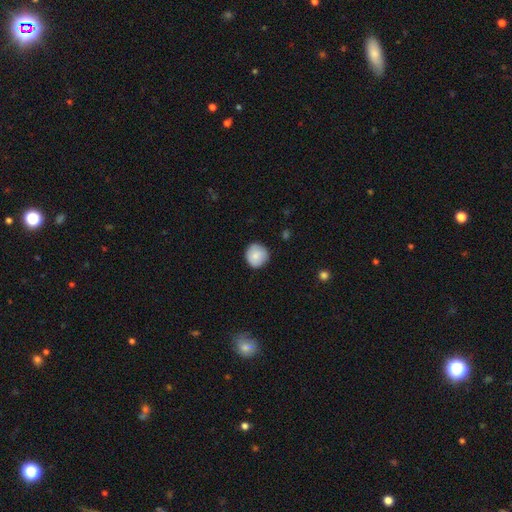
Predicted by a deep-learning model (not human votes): smooth 84%, featured or disk 9%, star or artifact 7%. Down the decision tree: how rounded — round (93%); merging — none (85%).